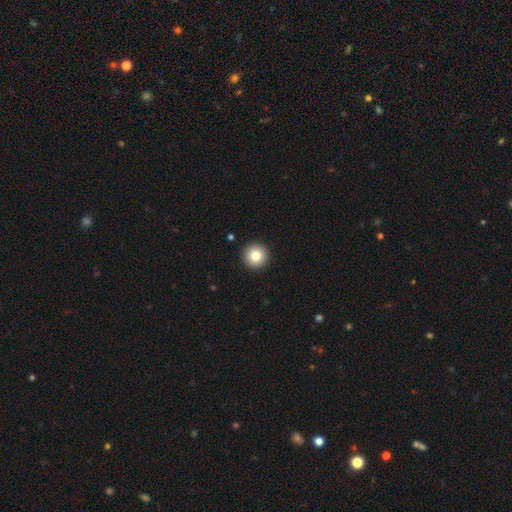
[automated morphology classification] This is clearly a smooth galaxy (81%). How rounded: clearly round (96%). Merging: clearly none (93%).